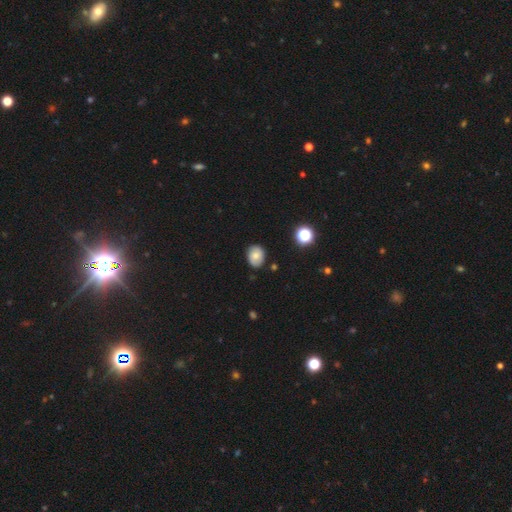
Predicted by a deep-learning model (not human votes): Smooth or featured? smooth (69%)
How rounded? in between (55%)
Merging? none (80%)